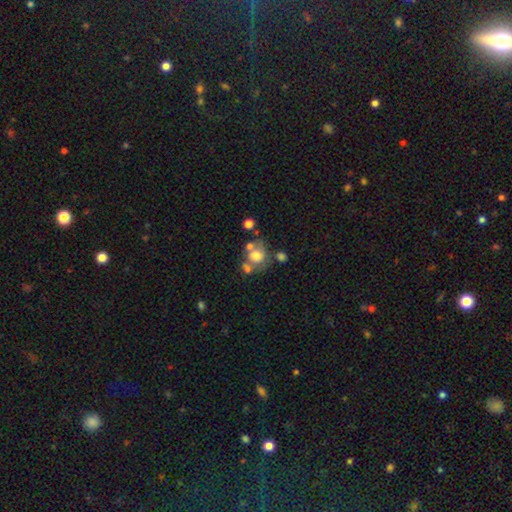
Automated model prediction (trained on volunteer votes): The model was most divided on "merging": none: 39%, merger: 31%, minor disturbance: 16%, major disturbance: 13%. More confident: how rounded — round (63%); smooth or featured — smooth (62%).